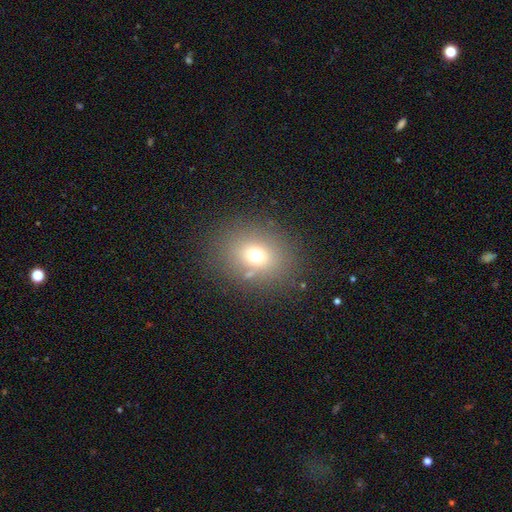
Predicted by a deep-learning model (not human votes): Q: Smooth or featured?
A: smooth (67%); runner-up: star or artifact (20%)
Q: How rounded?
A: round (66%); runner-up: in between (33%)
Q: Merging?
A: none (81%); runner-up: minor disturbance (10%)